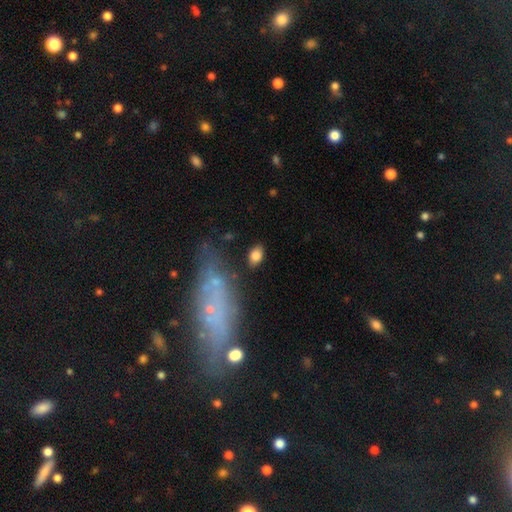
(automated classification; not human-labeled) Morphology: type=smooth (82%); roundness=in between (84%); merging=none (80%).